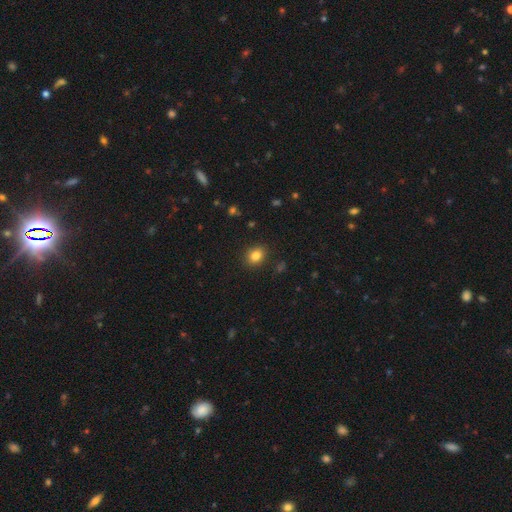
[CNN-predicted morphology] smooth 83%, star or artifact 11%, featured or disk 6%. Down the decision tree: how rounded — round (56%); merging — none (89%).